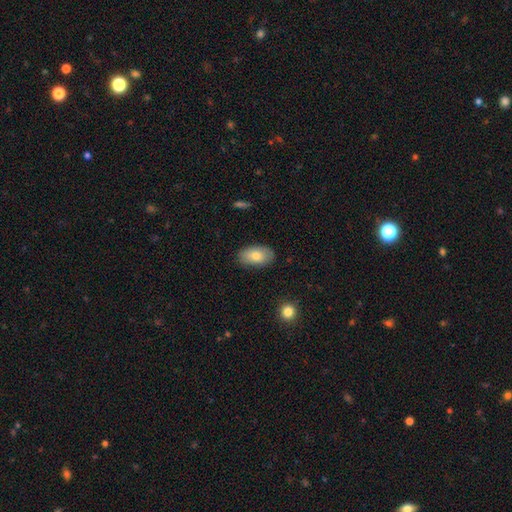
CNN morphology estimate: The model was most divided on "smooth or featured": smooth: 78%, featured or disk: 15%, star or artifact: 7%. More confident: how rounded — in between (93%); merging — none (84%).